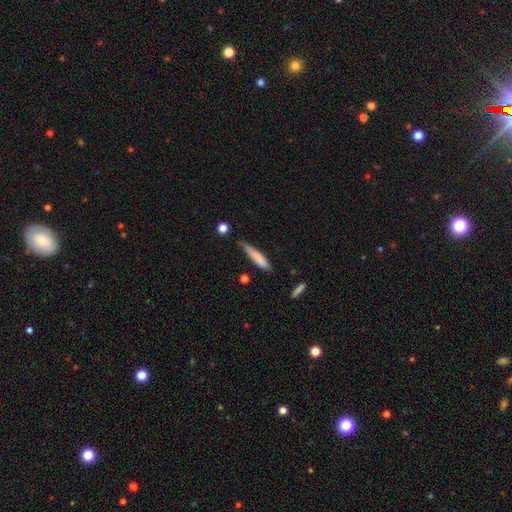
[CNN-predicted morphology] Overall: smooth (77%). How rounded: cigar-shaped (89%). Merging: none (61%; minor disturbance 30%).